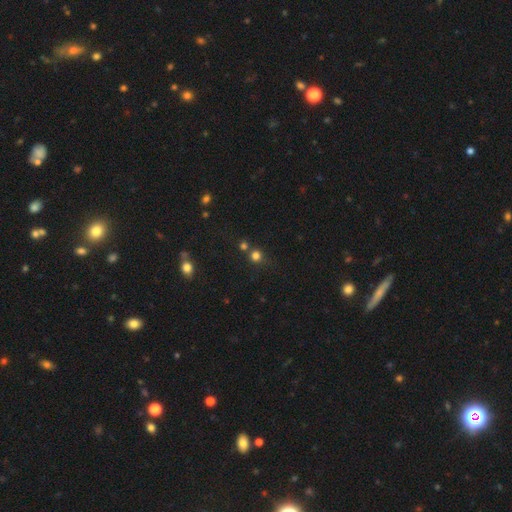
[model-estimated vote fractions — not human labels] A smooth galaxy with no disk features (74%) that is round (91%). Merging: none (68%).